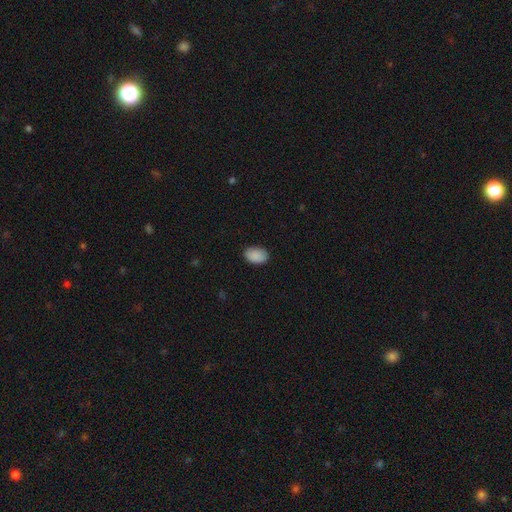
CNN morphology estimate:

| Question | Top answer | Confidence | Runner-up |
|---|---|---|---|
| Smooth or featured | smooth | 90% | star or artifact (7%) |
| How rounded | in between | 87% | round (12%) |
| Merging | none | 86% | minor disturbance (11%) |